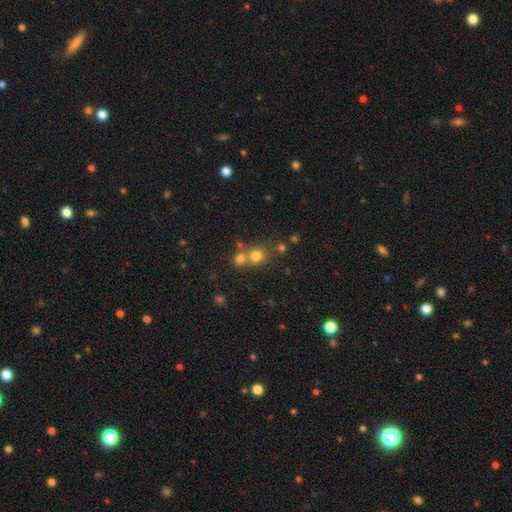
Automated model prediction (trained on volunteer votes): Q: Smooth or featured?
A: smooth (72%); runner-up: star or artifact (17%)
Q: How rounded?
A: round (83%); runner-up: in between (16%)
Q: Merging?
A: none (49%); runner-up: merger (40%)